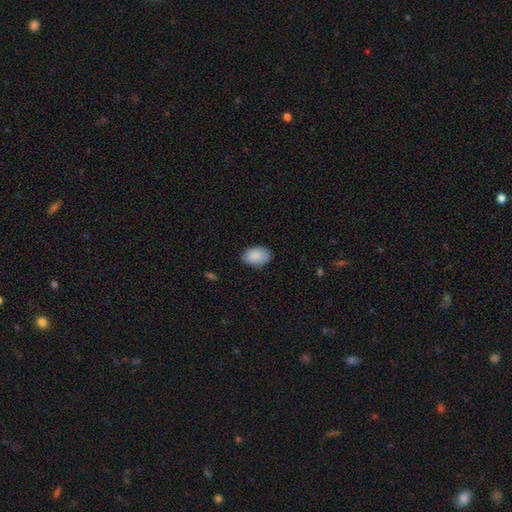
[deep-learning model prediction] Morphology: type=smooth (89%); roundness=in between (83%); merging=none (83%).